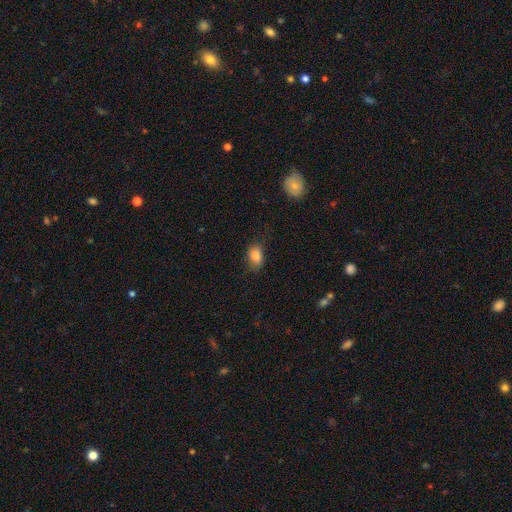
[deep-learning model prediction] This is clearly a smooth galaxy (85%). How rounded: clearly in between (83%). Merging: likely none (72%).